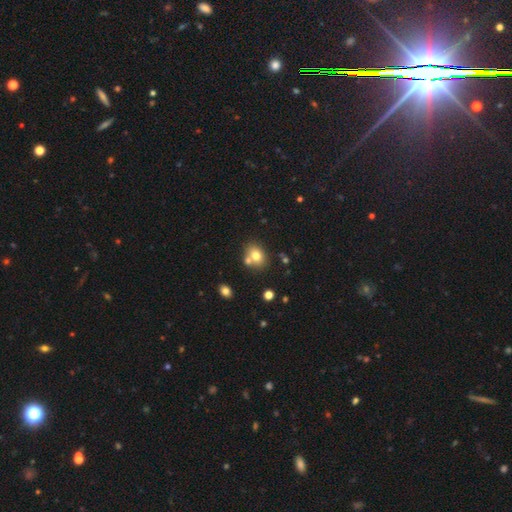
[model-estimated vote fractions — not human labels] The model was most divided on "how rounded": in between: 51%, round: 48%, cigar-shaped: 1%. More confident: smooth or featured — smooth (74%); merging — none (59%).